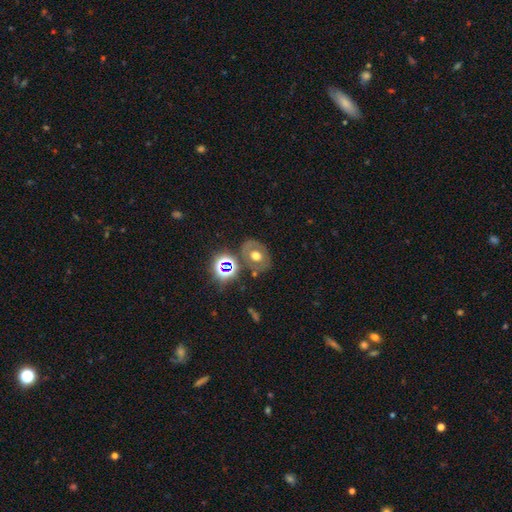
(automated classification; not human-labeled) smooth_or_featured: smooth (p=0.44) [alt: featured or disk p=0.36]
merging: none (p=0.70) [alt: minor disturbance p=0.15]